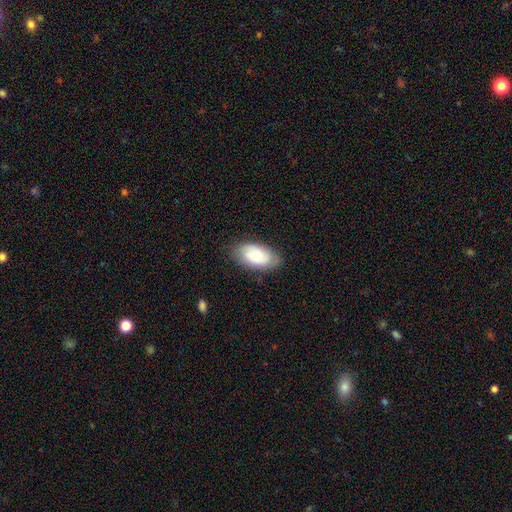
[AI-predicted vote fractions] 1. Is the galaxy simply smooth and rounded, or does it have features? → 66% smooth, 27% featured or disk, 7% star or artifact.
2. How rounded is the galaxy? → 94% in between, 4% round, 2% cigar-shaped.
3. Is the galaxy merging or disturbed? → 79% none, 16% minor disturbance, 4% major disturbance, 1% merger.